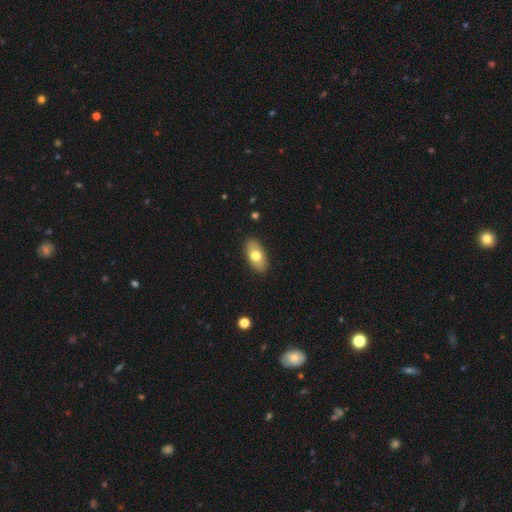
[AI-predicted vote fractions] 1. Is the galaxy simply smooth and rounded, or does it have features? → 72% smooth, 22% featured or disk, 6% star or artifact.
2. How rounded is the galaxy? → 91% in between, 5% cigar-shaped, 4% round.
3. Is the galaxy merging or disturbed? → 88% none, 9% minor disturbance, 2% major disturbance, 1% merger.